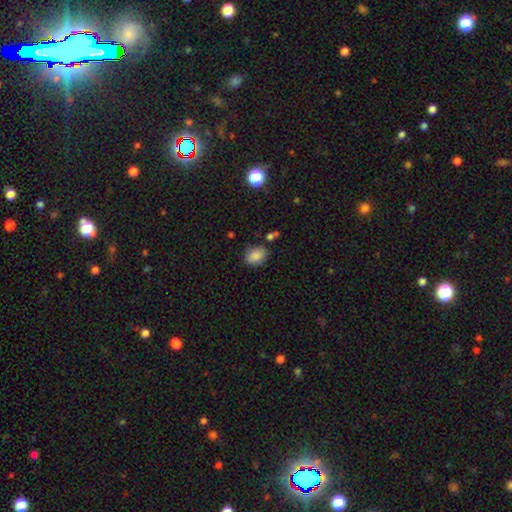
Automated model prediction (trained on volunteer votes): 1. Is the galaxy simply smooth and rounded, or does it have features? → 86% smooth, 9% star or artifact, 5% featured or disk.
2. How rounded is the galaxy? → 62% in between, 36% round, 1% cigar-shaped.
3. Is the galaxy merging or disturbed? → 74% none, 17% minor disturbance, 5% merger, 4% major disturbance.